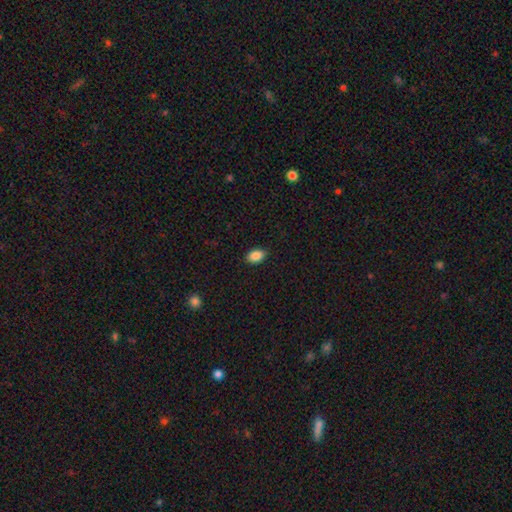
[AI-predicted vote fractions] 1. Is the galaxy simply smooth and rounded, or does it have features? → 87% smooth, 8% star or artifact, 5% featured or disk.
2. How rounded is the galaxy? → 87% in between, 12% round, 1% cigar-shaped.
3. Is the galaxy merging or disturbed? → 88% none, 9% minor disturbance, 2% major disturbance, 1% merger.